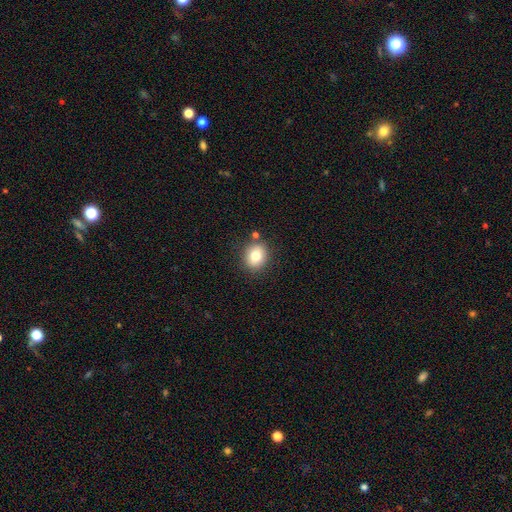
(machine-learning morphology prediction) A smooth galaxy with no disk features (80%) that is round (64%). Merging: none (83%).